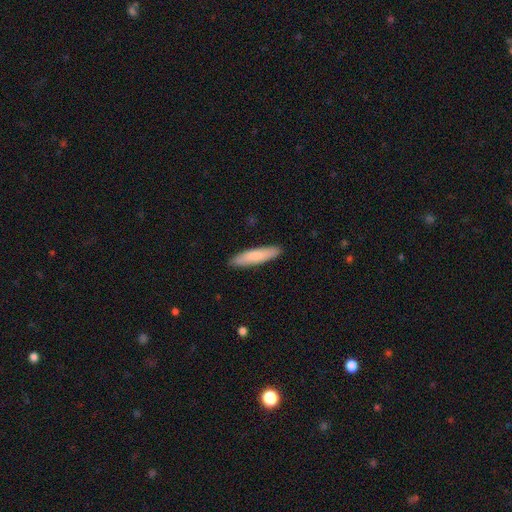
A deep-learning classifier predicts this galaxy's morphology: Smooth or featured? Predicted: smooth (p=0.82). How rounded? Predicted: cigar-shaped (p=0.80). Merging? Predicted: none (p=0.90).